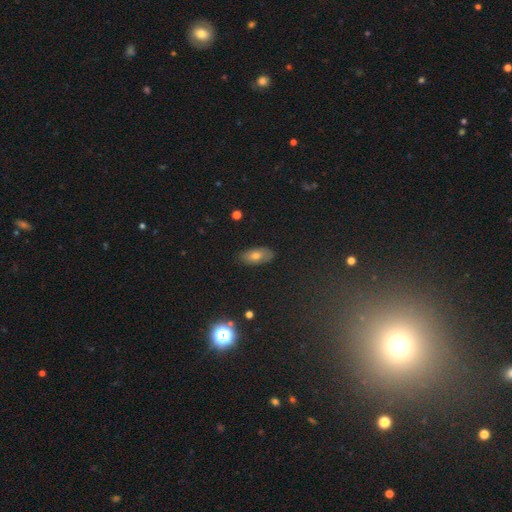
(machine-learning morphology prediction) type=smooth (63%); roundness=in between (88%); merging=none (84%).